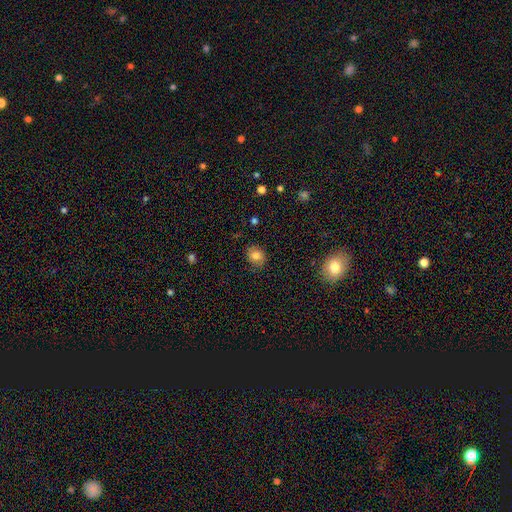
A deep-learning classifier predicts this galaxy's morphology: Smooth or featured? smooth (79%)
How rounded? round (66%)
Merging? none (82%)